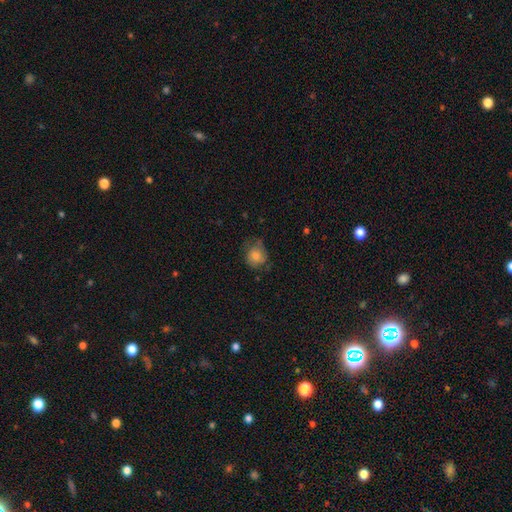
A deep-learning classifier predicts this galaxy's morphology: This appears to be a smooth galaxy with no disk features (73%) that is round (76%). Merging: none (58%).